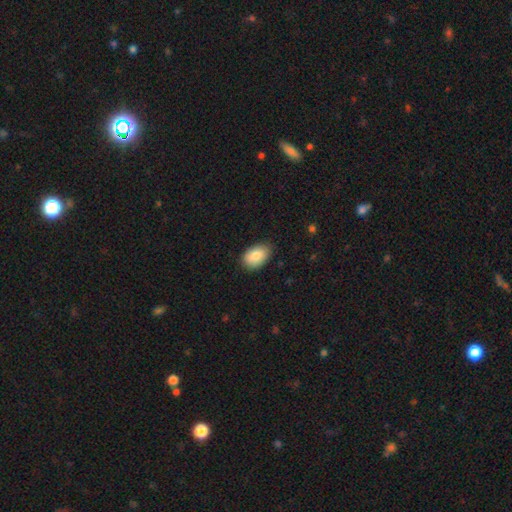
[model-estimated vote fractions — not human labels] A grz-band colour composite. It shows a smooth galaxy with no disk features (86%) that is in between round and cigar-shaped (90%). Merging: none (82%).